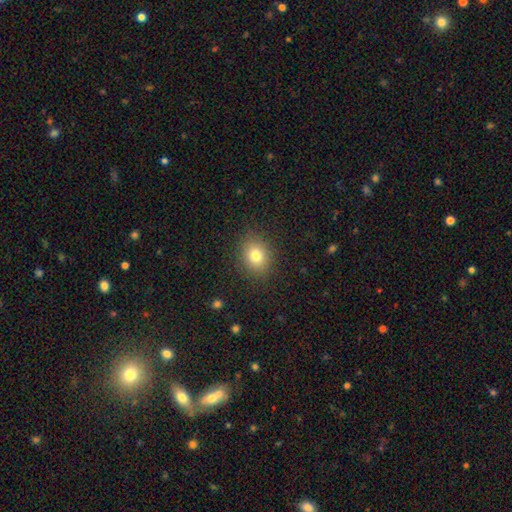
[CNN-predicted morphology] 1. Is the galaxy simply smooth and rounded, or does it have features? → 79% smooth, 12% star or artifact, 9% featured or disk.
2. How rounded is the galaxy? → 60% round, 39% in between, 1% cigar-shaped.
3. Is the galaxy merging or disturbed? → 88% none, 8% minor disturbance, 3% major disturbance, 1% merger.